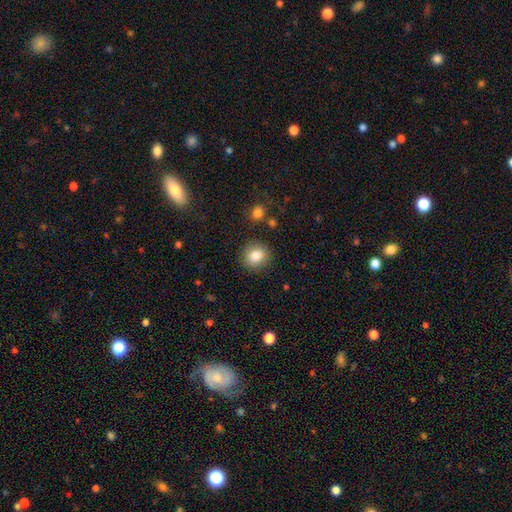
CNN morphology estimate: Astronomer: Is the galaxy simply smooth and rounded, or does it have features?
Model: smooth — 83%.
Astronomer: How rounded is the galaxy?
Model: round — 82%.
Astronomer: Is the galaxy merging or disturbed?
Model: none — 88%.